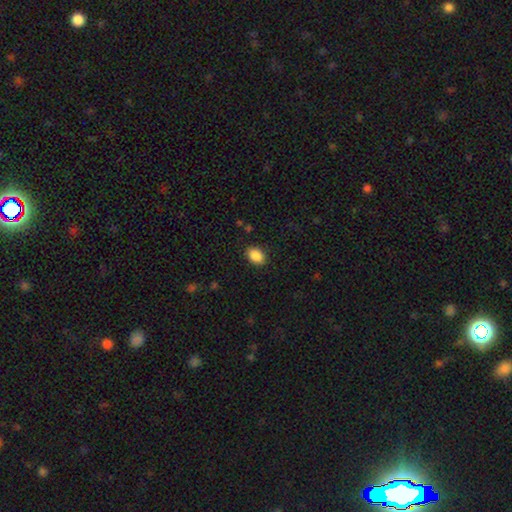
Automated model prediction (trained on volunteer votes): Smooth or featured? smooth (89%)
How rounded? in between (79%)
Merging? none (88%)